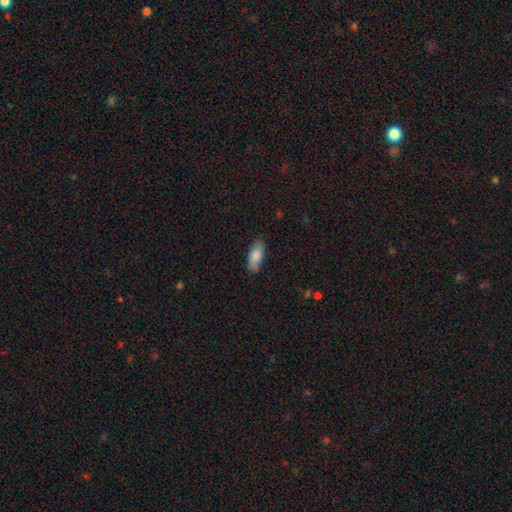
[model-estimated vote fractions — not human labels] The model was most divided on "how rounded": in between: 79%, cigar-shaped: 19%, round: 2%. More confident: smooth or featured — smooth (83%); merging — none (79%).